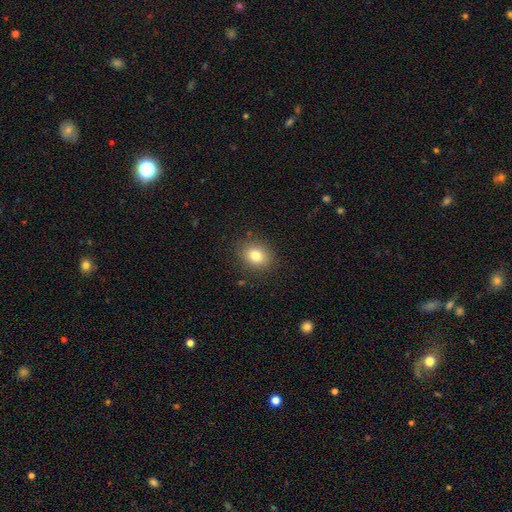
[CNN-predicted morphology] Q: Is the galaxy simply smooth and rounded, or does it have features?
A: smooth — 81%.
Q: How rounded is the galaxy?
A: round — 55%.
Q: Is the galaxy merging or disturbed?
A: none — 87%.